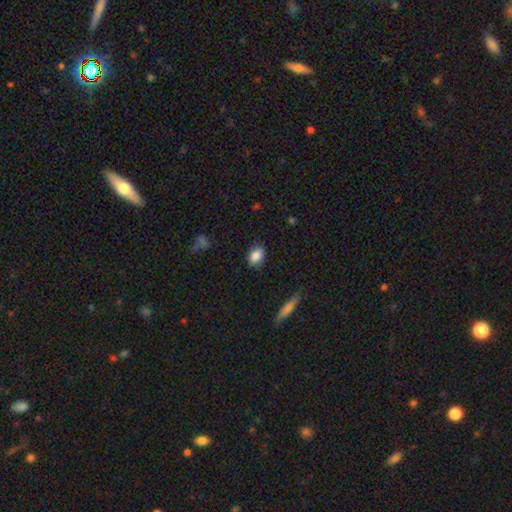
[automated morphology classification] A smooth galaxy with no disk features (87%) that is in between round and cigar-shaped (78%). Merging: none (86%).